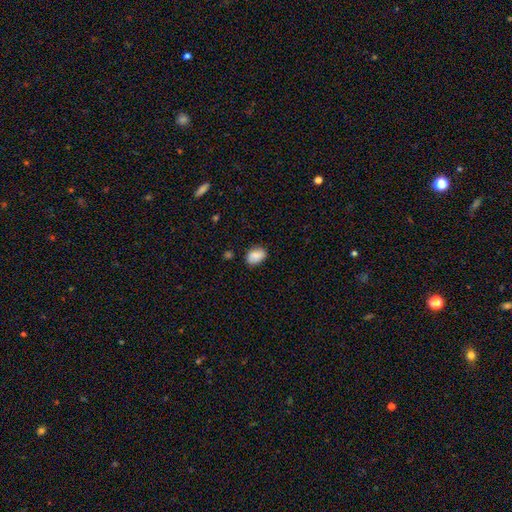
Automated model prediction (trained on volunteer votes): Smooth or featured? smooth (86%)
How rounded? in between (83%)
Merging? none (81%)